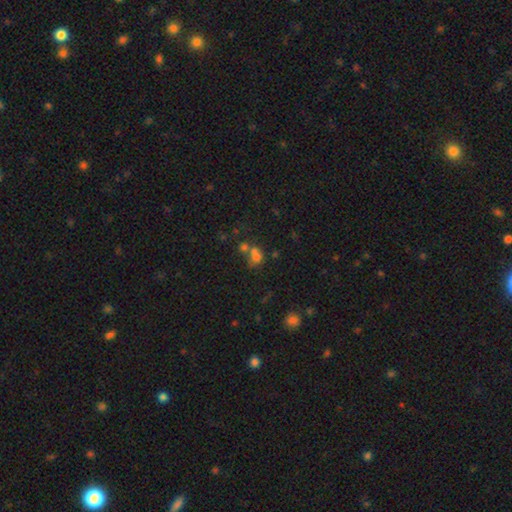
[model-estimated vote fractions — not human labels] A smooth galaxy with no disk features (63%) that is round (61%). Merging: merger (55%).